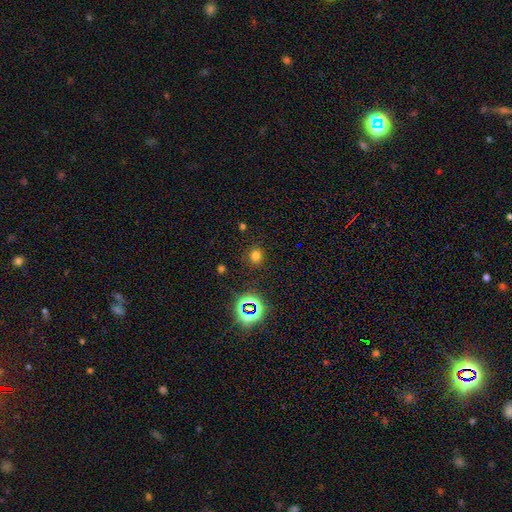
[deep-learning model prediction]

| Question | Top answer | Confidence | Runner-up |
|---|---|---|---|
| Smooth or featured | smooth | 70% | star or artifact (24%) |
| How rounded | round | 86% | in between (13%) |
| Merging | none | 89% | minor disturbance (7%) |